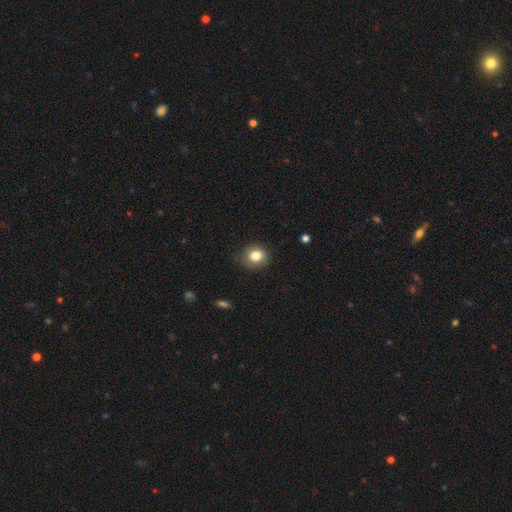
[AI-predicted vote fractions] A smooth galaxy with no disk features (82%) that is round (71%).

Vote fractions:
- Smooth or featured? smooth: 82% / star or artifact: 10% / featured or disk: 8%
- How rounded? round: 71% / in between: 28% / cigar-shaped: 1%
- Merging? none: 79% / minor disturbance: 17% / major disturbance: 3% / merger: 1%